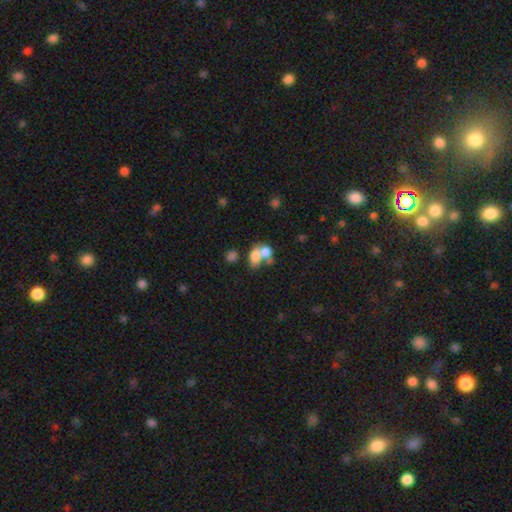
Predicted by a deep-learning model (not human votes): This is likely a smooth galaxy (71%). How rounded: likely in between (68%). Merging: likely merger (64%).